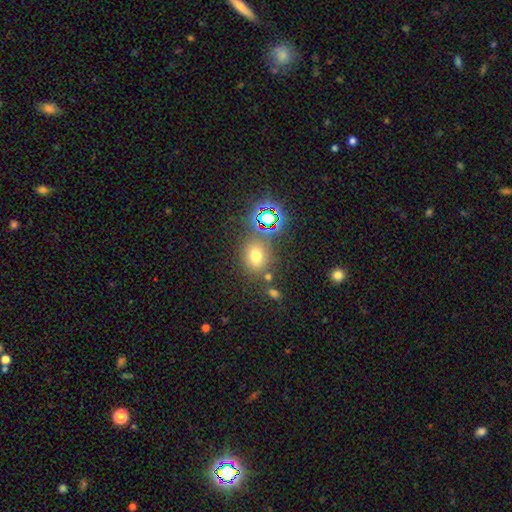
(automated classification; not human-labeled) Smooth or featured?
  - smooth: 64% *
  - star or artifact: 27%
  - featured or disk: 10%
How rounded?
  - round: 65% *
  - in between: 34%
  - cigar-shaped: 1%
Merging?
  - none: 72% *
  - minor disturbance: 12%
  - merger: 11%
  - major disturbance: 6%